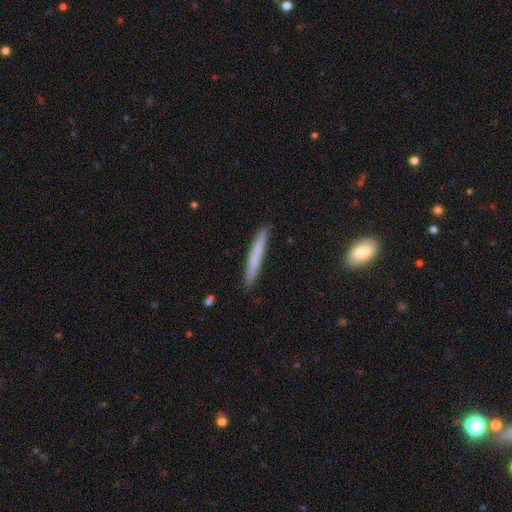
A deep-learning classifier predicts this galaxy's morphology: This appears to be a smooth galaxy with no disk features (66%) that is cigar-shaped (96%). Merging: none (90%).